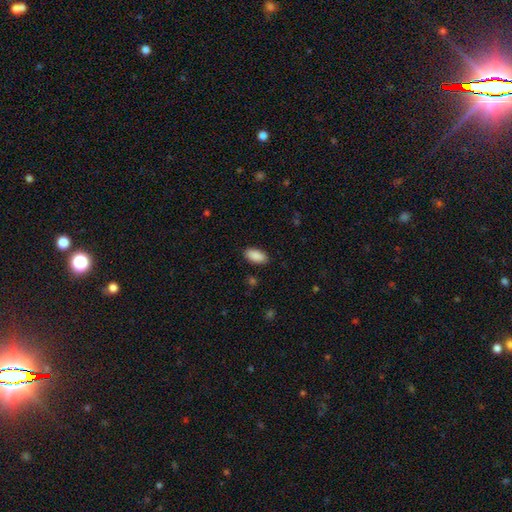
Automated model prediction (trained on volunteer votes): smooth-or-featured: smooth: 90% | star or artifact: 7% | featured or disk: 3%
  how-rounded: in between: 94% | cigar-shaped: 3% | round: 3%
  merging: none: 88% | minor disturbance: 8% | major disturbance: 2% | merger: 1%